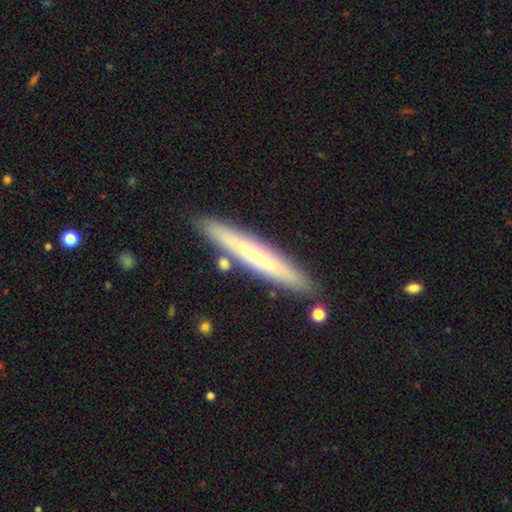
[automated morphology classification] Smooth or featured? Predicted: smooth (p=0.48). Merging? Predicted: none (p=0.86).